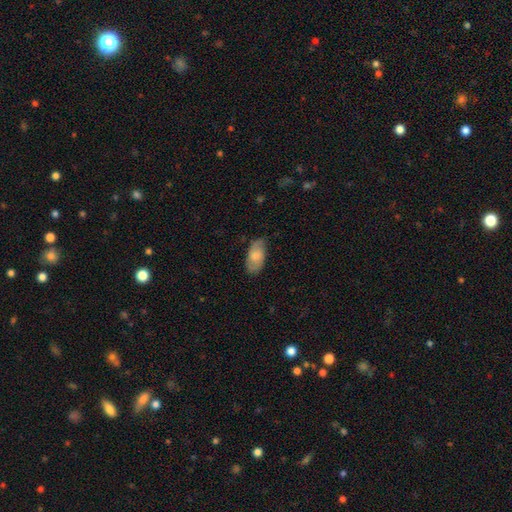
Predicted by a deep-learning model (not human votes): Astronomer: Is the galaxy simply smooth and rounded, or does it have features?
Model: smooth — 65%.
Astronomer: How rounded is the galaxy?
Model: in between — 93%.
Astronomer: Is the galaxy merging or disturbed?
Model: none — 74%.